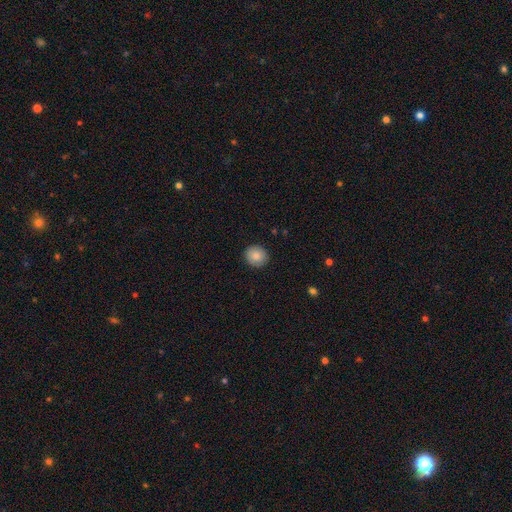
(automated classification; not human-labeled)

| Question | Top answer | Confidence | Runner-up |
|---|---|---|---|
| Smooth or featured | smooth | 85% | star or artifact (8%) |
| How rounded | round | 90% | in between (9%) |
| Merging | none | 91% | minor disturbance (7%) |